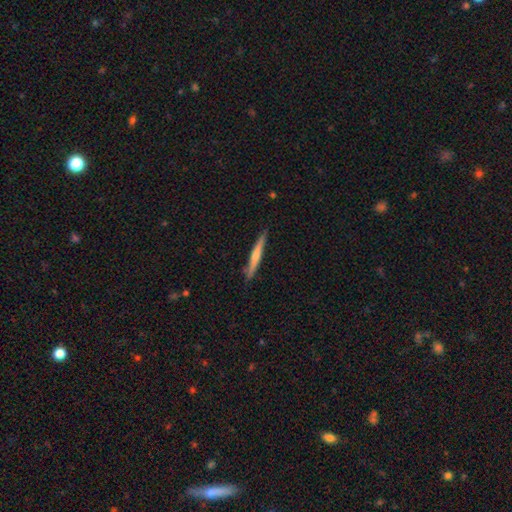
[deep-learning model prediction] The model was most divided on "smooth or featured": smooth: 49%, featured or disk: 46%, star or artifact: 5%. More confident: merging — none (86%).